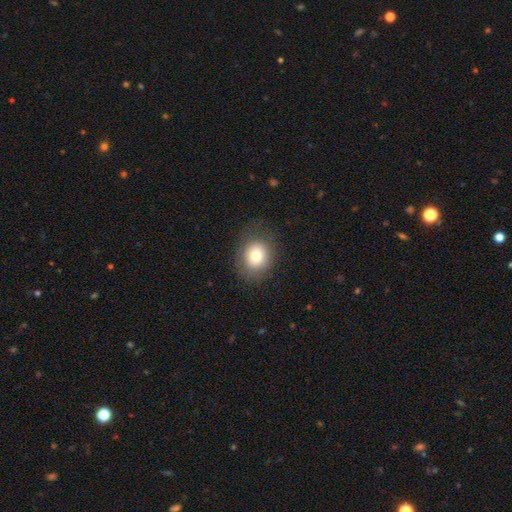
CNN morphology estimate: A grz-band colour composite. It shows a smooth galaxy with no disk features (78%) that is round (68%). Merging: none (79%).